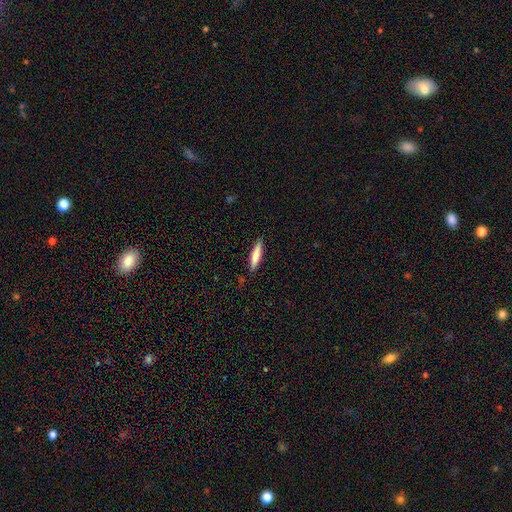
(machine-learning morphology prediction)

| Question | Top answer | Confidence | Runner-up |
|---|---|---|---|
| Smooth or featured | smooth | 74% | featured or disk (20%) |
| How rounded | cigar-shaped | 81% | in between (17%) |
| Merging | none | 88% | minor disturbance (9%) |